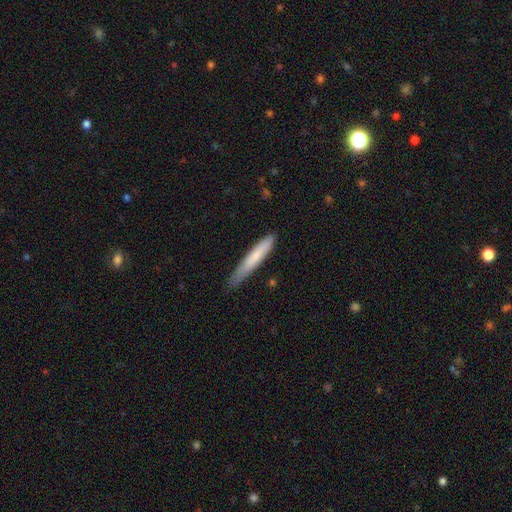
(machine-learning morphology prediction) A smooth galaxy with no disk features (70%) that is cigar-shaped (93%). Merging: none (72%).